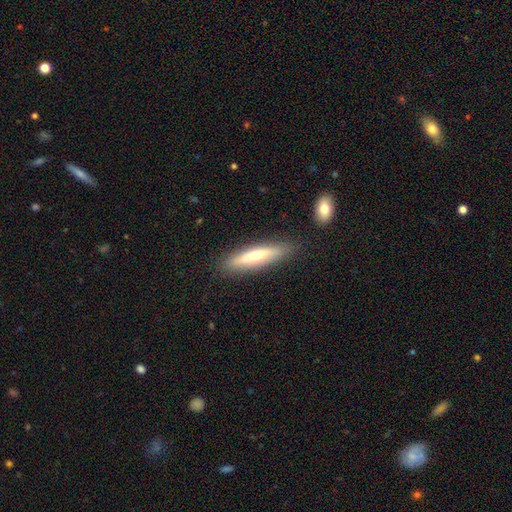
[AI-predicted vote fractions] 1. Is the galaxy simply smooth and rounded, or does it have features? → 56% smooth, 38% featured or disk, 6% star or artifact.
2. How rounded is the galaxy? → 78% cigar-shaped, 20% in between, 2% round.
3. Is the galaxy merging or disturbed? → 84% none, 11% minor disturbance, 3% major disturbance, 2% merger.